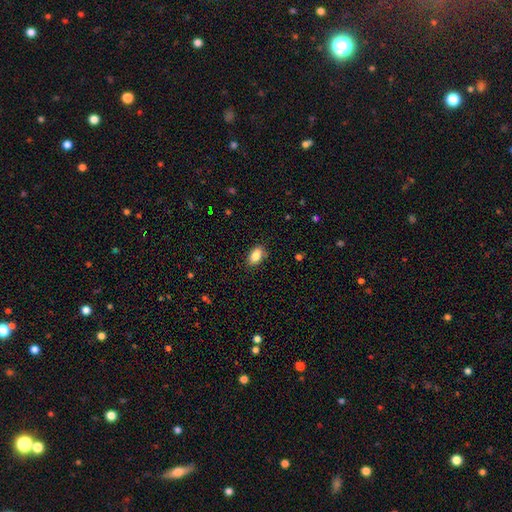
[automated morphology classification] Smooth or featured?
  - smooth: 85% *
  - star or artifact: 8%
  - featured or disk: 7%
How rounded?
  - in between: 90% *
  - round: 7%
  - cigar-shaped: 3%
Merging?
  - none: 83% *
  - minor disturbance: 13%
  - major disturbance: 3%
  - merger: 1%